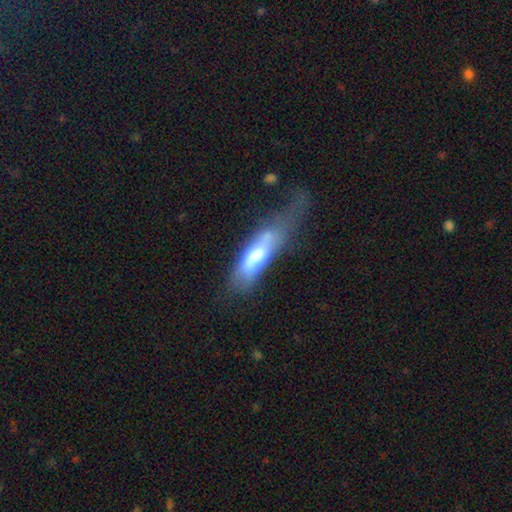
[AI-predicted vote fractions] Smooth or featured? smooth (53%)
How rounded? cigar-shaped (63%)
Merging? major disturbance (39%)